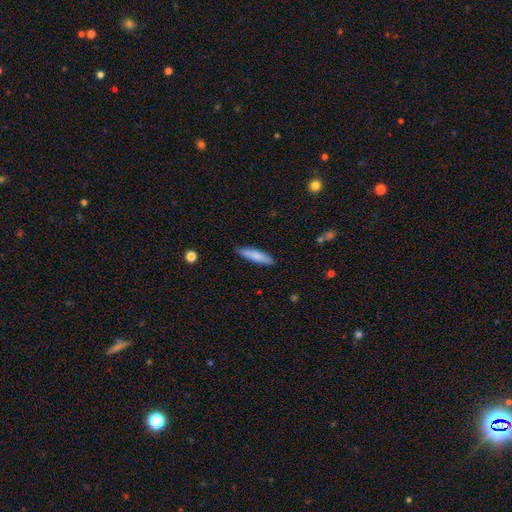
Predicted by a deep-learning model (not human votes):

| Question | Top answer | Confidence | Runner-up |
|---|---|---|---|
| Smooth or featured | smooth | 83% | featured or disk (12%) |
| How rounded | cigar-shaped | 80% | in between (19%) |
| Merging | none | 89% | minor disturbance (9%) |